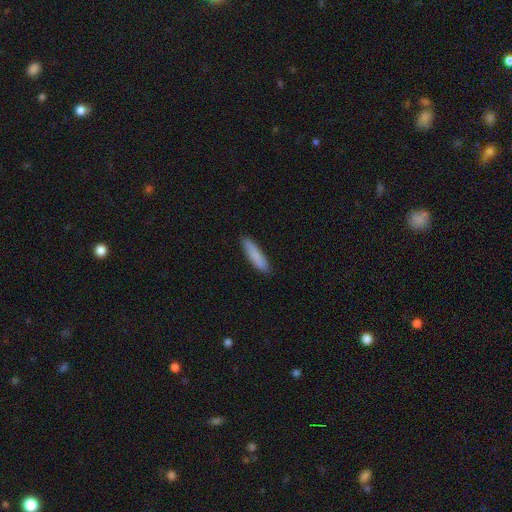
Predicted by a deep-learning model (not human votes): smooth-or-featured: smooth: 85% | featured or disk: 9% | star or artifact: 6%
  how-rounded: cigar-shaped: 80% | in between: 19% | round: 1%
  merging: none: 88% | minor disturbance: 9% | major disturbance: 2% | merger: 1%